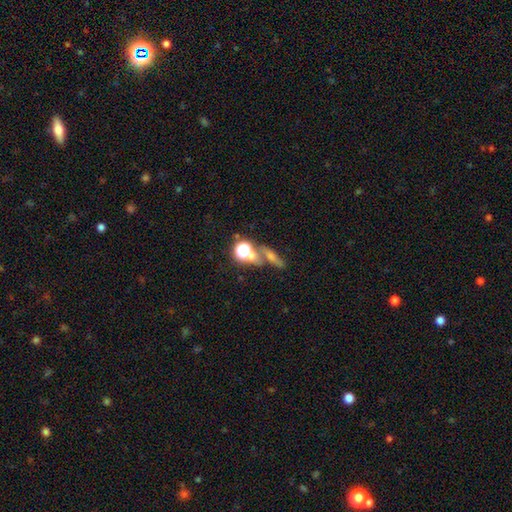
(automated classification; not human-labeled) Smooth or featured: smooth — 43% (star or artifact — 34%)
Merging: none — 43% (merger — 34%)